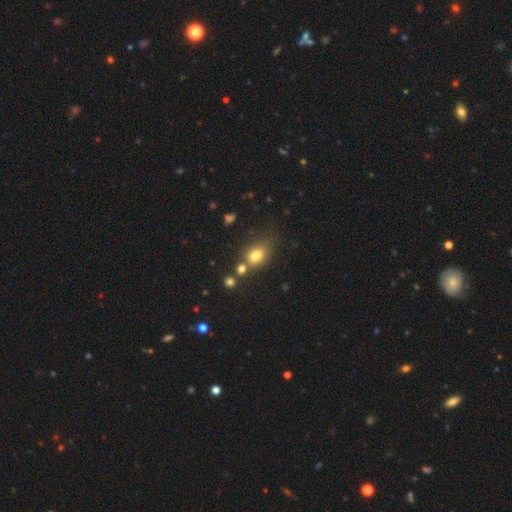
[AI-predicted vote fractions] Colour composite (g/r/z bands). It shows a smooth galaxy with no disk features (77%) that is in between round and cigar-shaped (62%). Merging: none (56%).